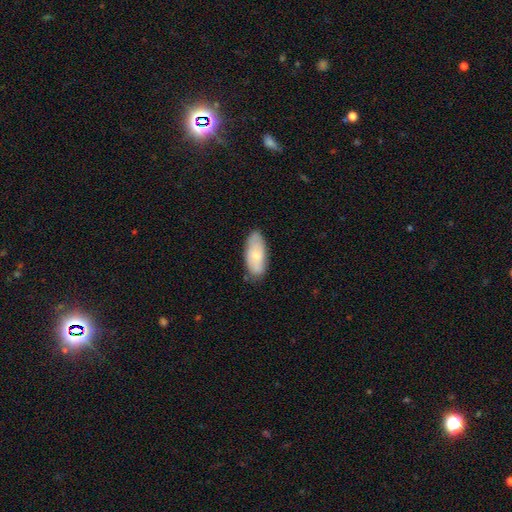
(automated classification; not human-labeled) Overall: smooth (67%). How rounded: in between (87%). Merging: none (77%).